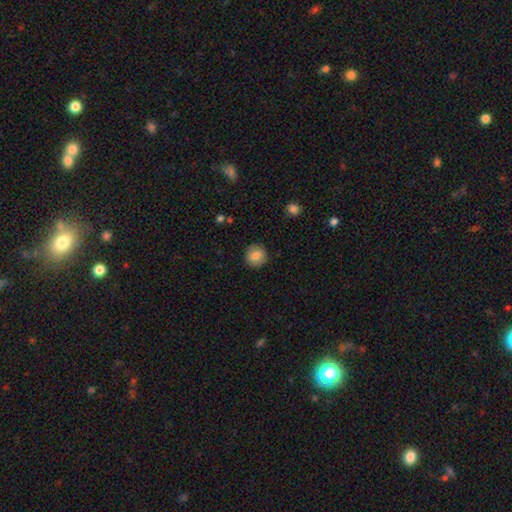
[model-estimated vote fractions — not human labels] smooth_or_featured: smooth (p=0.80) [alt: featured or disk p=0.12]
how_rounded: round (p=0.89) [alt: in between p=0.10]
merging: none (p=0.88) [alt: minor disturbance p=0.08]